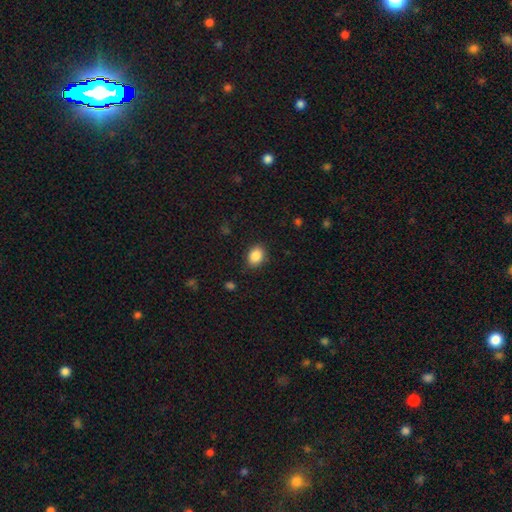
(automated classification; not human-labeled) Smooth or featured? smooth (87%)
How rounded? in between (64%)
Merging? none (87%)